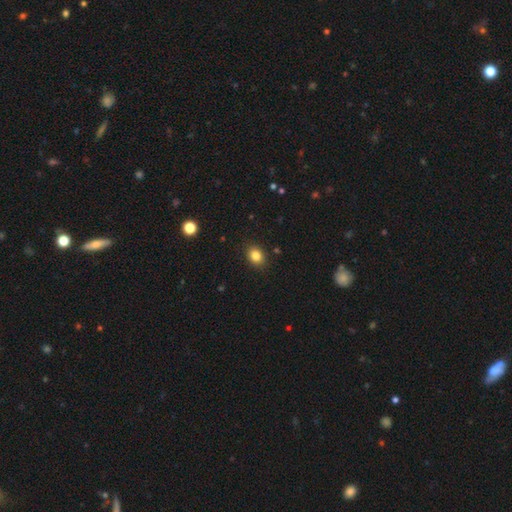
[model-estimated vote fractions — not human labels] This is clearly a smooth galaxy (83%). How rounded: possibly in between (51%). Merging: clearly none (89%).